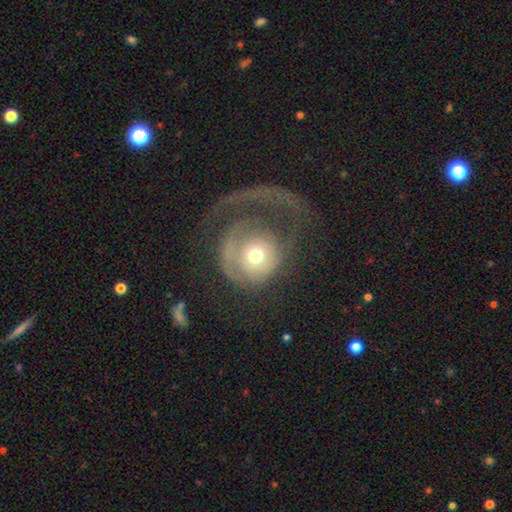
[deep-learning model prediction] The model was most divided on "smooth or featured": featured or disk: 52%, smooth: 39%, star or artifact: 9%. More confident: edge-on disk — no (96%); merging — major disturbance (59%).